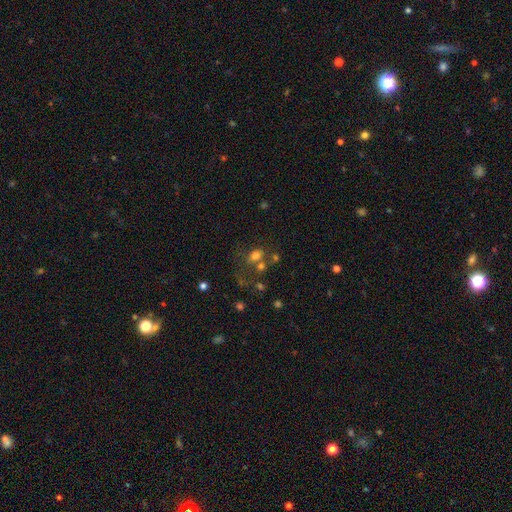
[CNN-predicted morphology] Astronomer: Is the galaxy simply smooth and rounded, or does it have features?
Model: smooth — 67%.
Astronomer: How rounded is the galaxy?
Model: in between — 58% (runner-up: round, 41%).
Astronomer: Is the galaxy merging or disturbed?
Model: none — 43% (runner-up: merger, 33%).